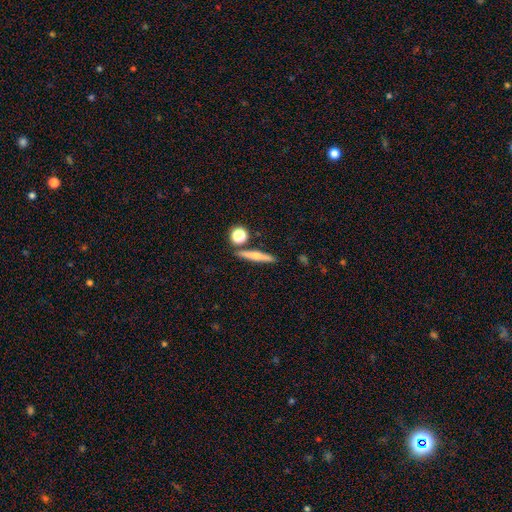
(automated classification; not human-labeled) Morphology: type=smooth (52%); roundness=cigar-shaped (80%); merging=none (83%).